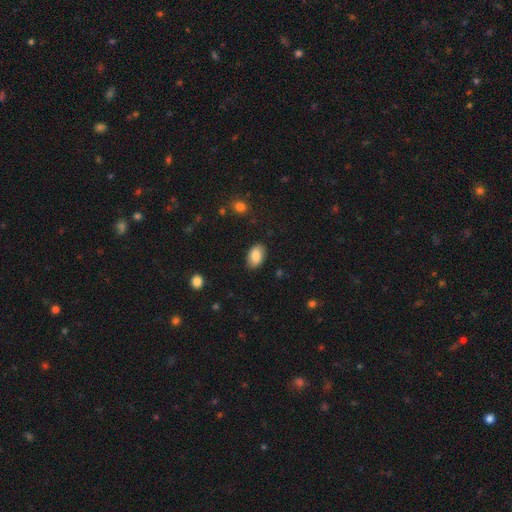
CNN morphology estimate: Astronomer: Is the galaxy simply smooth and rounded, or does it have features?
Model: smooth — 86%.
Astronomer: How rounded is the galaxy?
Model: in between — 91%.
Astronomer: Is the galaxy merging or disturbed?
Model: none — 85%.